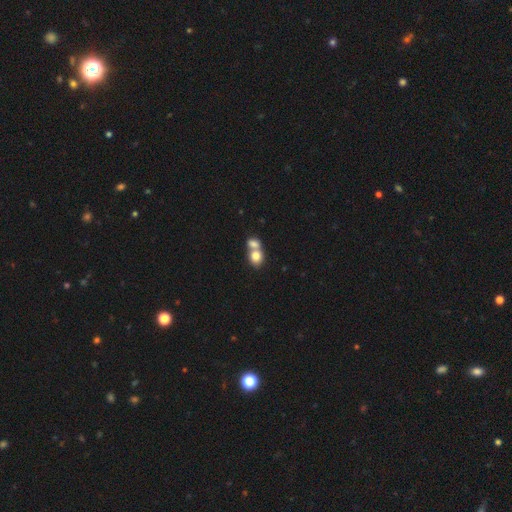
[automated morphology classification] Smooth or featured? Predicted: smooth (p=0.78). How rounded? Predicted: round (p=0.57). Merging? Predicted: merger (p=0.68).